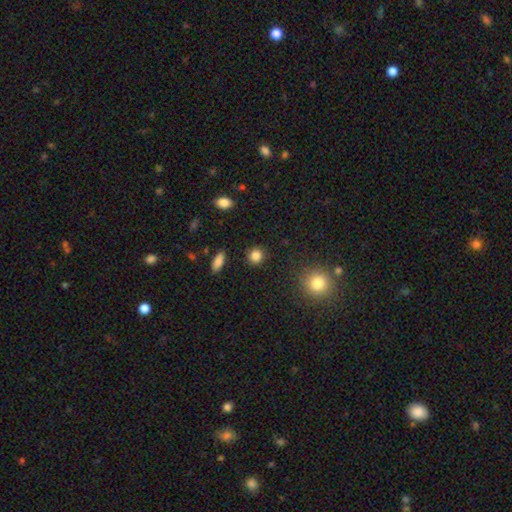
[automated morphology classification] Overall: smooth (85%). How rounded: round (86%). Merging: none (88%).